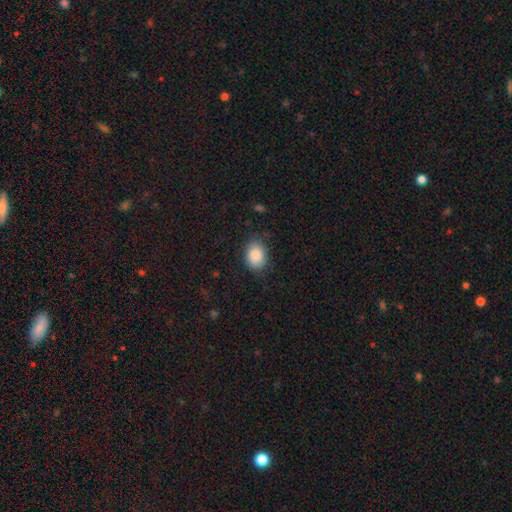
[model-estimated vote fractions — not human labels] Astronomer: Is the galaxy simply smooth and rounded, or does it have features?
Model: smooth — 87%.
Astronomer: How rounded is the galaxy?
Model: in between — 65%.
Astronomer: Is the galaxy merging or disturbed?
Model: none — 79%.